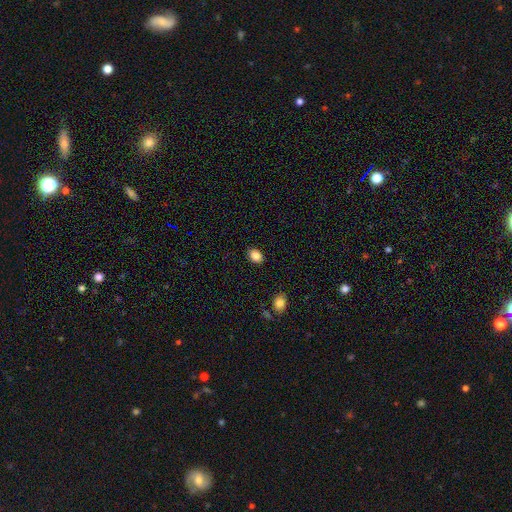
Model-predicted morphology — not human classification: Smooth or featured: smooth — 87% (star or artifact — 9%)
How rounded: in between — 72% (round — 27%)
Merging: none — 89% (minor disturbance — 8%)